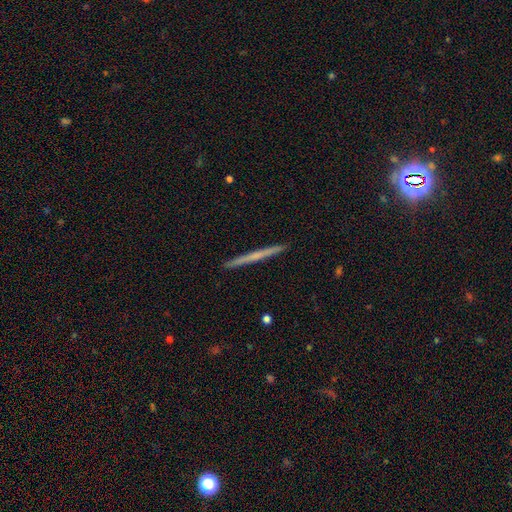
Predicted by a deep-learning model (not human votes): Overall: featured or disk (53%; smooth 41%). Edge-on disk: yes (98%). Edge-on bulge: none (80%). Merging: none (93%).